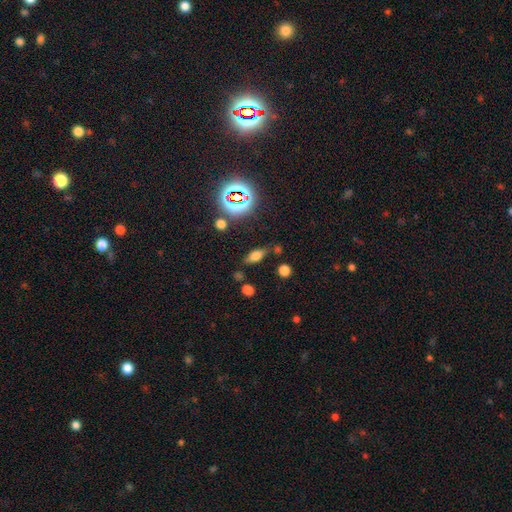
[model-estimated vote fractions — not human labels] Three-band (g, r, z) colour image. It shows a smooth galaxy with no disk features (61%) that is in between round and cigar-shaped (72%). Merging: none (74%).